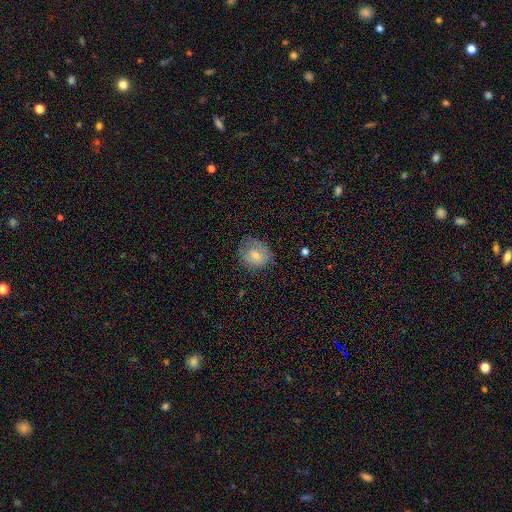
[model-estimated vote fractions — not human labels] This appears to be a smooth galaxy with no disk features (63%) that is round (59%). Merging: none (63%).